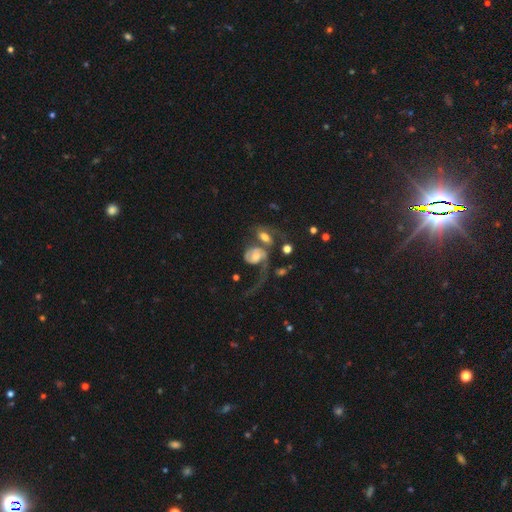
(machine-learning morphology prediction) Smooth or featured? featured or disk (68%)
Edge-on disk? no (96%)
Bar? no (67%)
Spiral arms? yes (84%)
Spiral winding? loose (52%)
Spiral arm count? 1 (53%)
Bulge size? moderate (55%)
Merging? merger (54%)